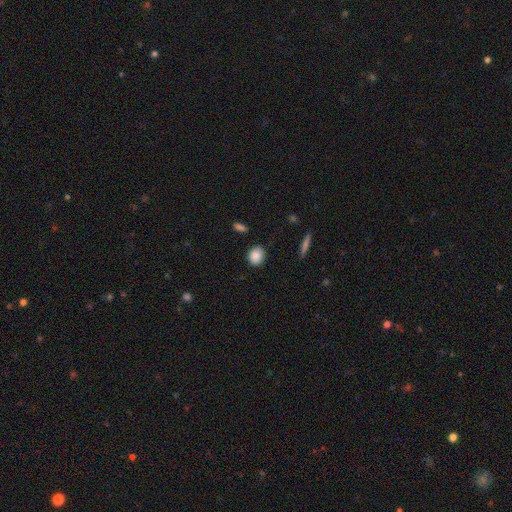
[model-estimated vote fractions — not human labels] smooth-or-featured: smooth: 88% | star or artifact: 8% | featured or disk: 5%
  how-rounded: round: 62% | in between: 36% | cigar-shaped: 2%
  merging: none: 86% | minor disturbance: 10% | major disturbance: 2% | merger: 2%